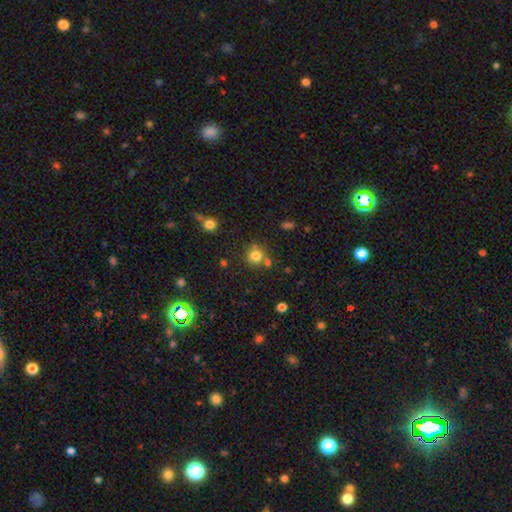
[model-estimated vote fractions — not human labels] Morphology: type=smooth (76%); roundness=round (90%); merging=none (66%).